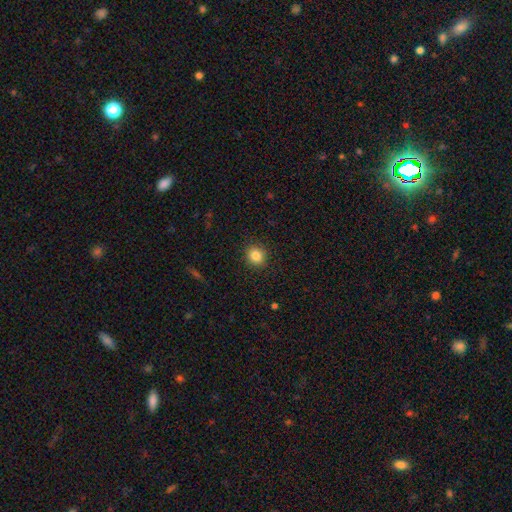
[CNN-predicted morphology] smooth 84%, star or artifact 10%, featured or disk 6%. Down the decision tree: how rounded — round (82%); merging — none (90%).